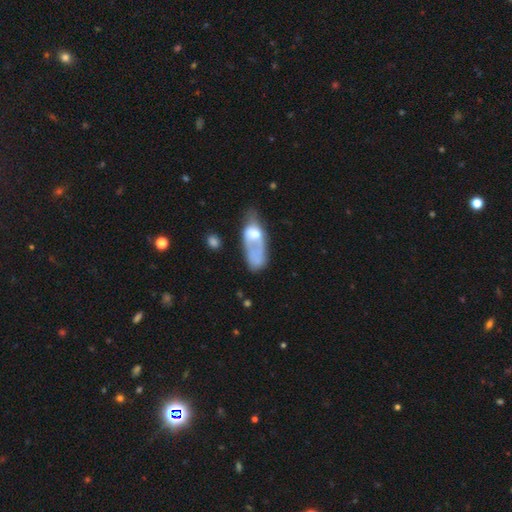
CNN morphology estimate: This is possibly a smooth galaxy (50%). How rounded: likely in between (77%). Merging: marginally major disturbance (40%).